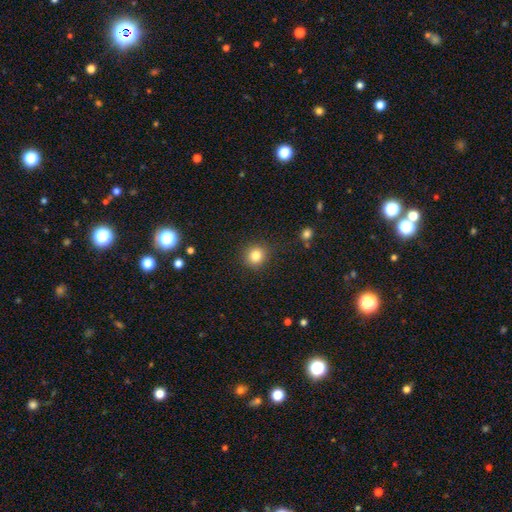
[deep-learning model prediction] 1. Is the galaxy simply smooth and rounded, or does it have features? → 83% smooth, 12% star or artifact, 6% featured or disk.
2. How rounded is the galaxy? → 87% round, 12% in between, 1% cigar-shaped.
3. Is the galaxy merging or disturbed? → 88% none, 8% minor disturbance, 3% major disturbance, 1% merger.